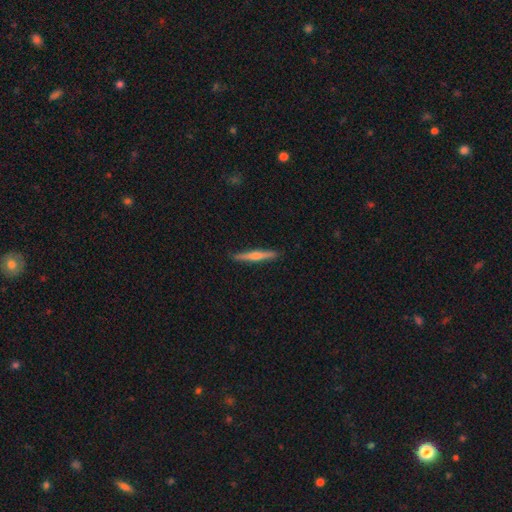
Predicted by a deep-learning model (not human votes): The model was most divided on "smooth or featured": featured or disk: 54%, smooth: 41%, star or artifact: 6%. More confident: edge-on disk — yes (97%); merging — none (91%); edge-on bulge — rounded (80%).